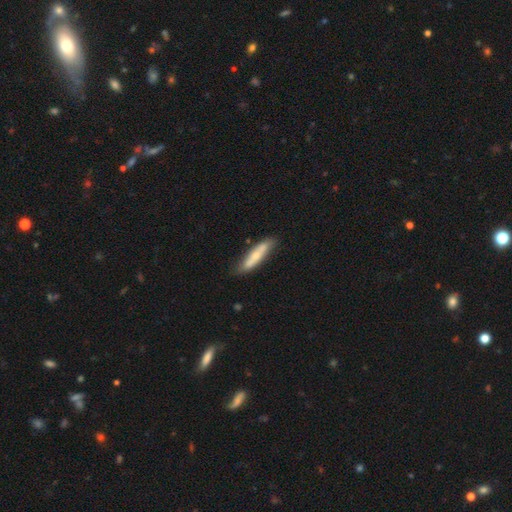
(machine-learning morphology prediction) This is possibly a smooth galaxy (57%). How rounded: likely cigar-shaped (80%). Merging: likely none (77%).